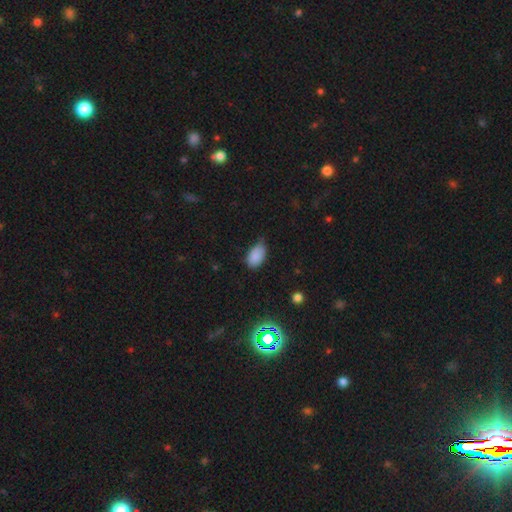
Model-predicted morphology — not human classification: This is clearly a smooth galaxy (85%). How rounded: clearly in between (93%). Merging: possibly none (54%).